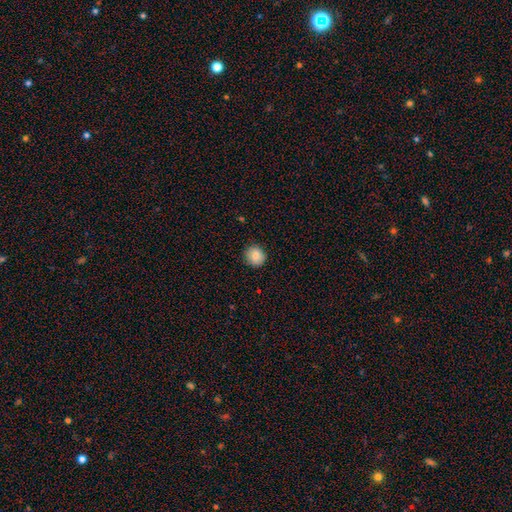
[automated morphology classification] Smooth or featured? smooth (85%)
How rounded? round (87%)
Merging? none (86%)